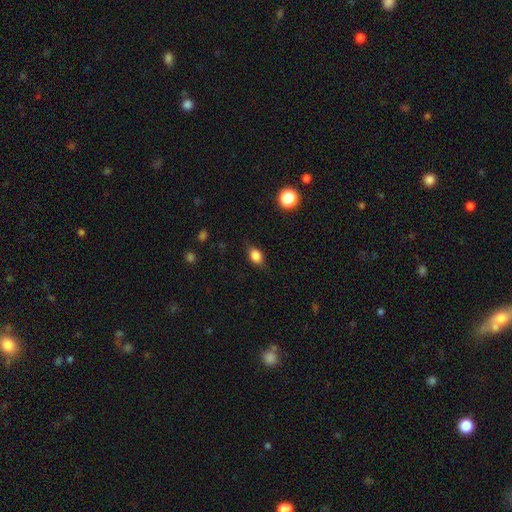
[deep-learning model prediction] The model was most divided on "how rounded": in between: 73%, round: 24%, cigar-shaped: 3%. More confident: smooth or featured — smooth (83%); merging — none (78%).